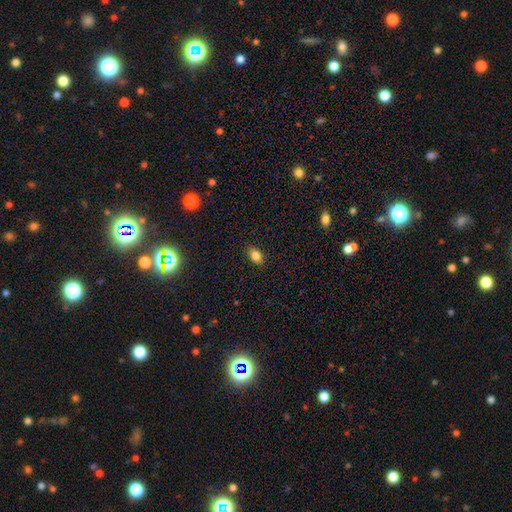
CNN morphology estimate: Q: Smooth or featured?
A: smooth (83%); runner-up: star or artifact (10%)
Q: How rounded?
A: in between (85%); runner-up: round (13%)
Q: Merging?
A: none (88%); runner-up: minor disturbance (9%)